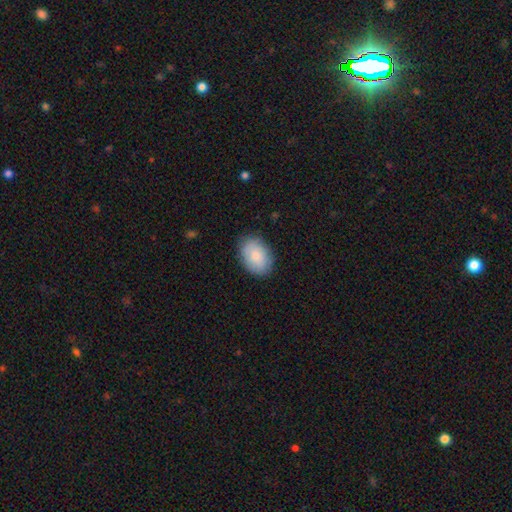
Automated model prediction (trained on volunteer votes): smooth 84%, featured or disk 11%, star or artifact 6%. Down the decision tree: how rounded — in between (83%); merging — none (83%).